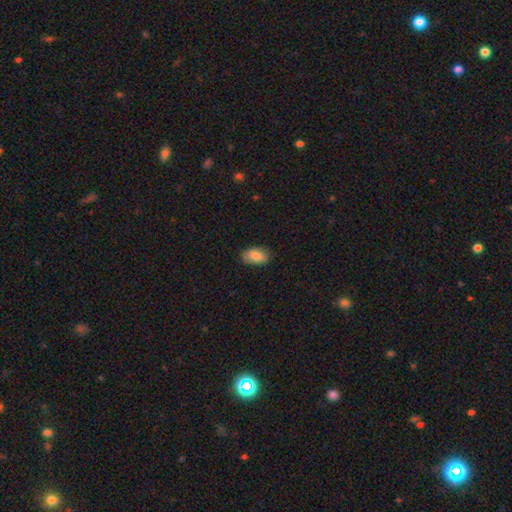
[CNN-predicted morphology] A smooth galaxy with no disk features (86%) that is in between round and cigar-shaped (93%).

Vote fractions:
- Smooth or featured? smooth: 86% / featured or disk: 7% / star or artifact: 7%
- How rounded? in between: 93% / round: 5% / cigar-shaped: 2%
- Merging? none: 84% / minor disturbance: 13% / major disturbance: 3% / merger: 1%